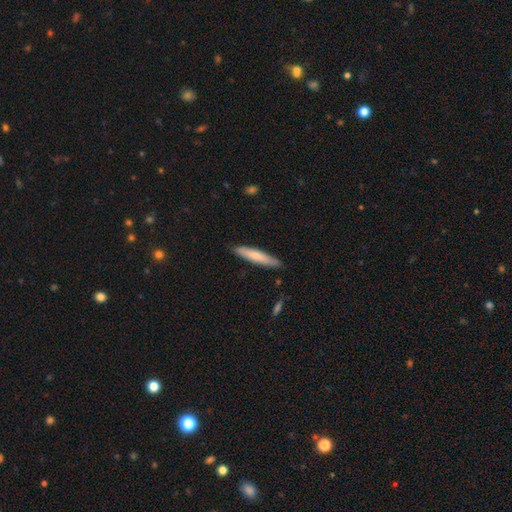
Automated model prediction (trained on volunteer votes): Overall: smooth (69%). How rounded: cigar-shaped (90%). Merging: none (87%).